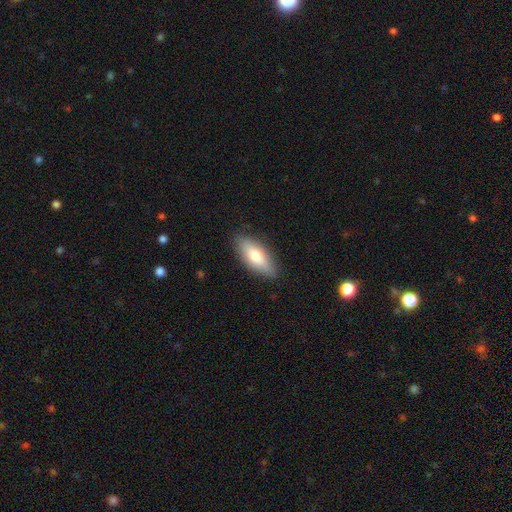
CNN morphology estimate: Smooth or featured? smooth (72%)
How rounded? in between (73%)
Merging? none (85%)